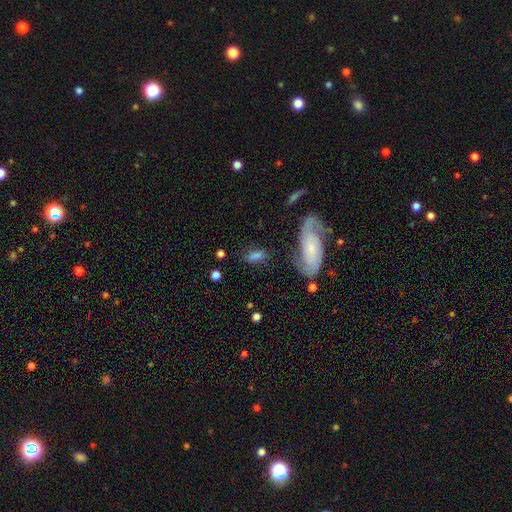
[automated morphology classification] Smooth or featured: smooth — 59% (featured or disk — 31%)
How rounded: in between — 80% (cigar-shaped — 13%)
Merging: none — 64% (minor disturbance — 18%)